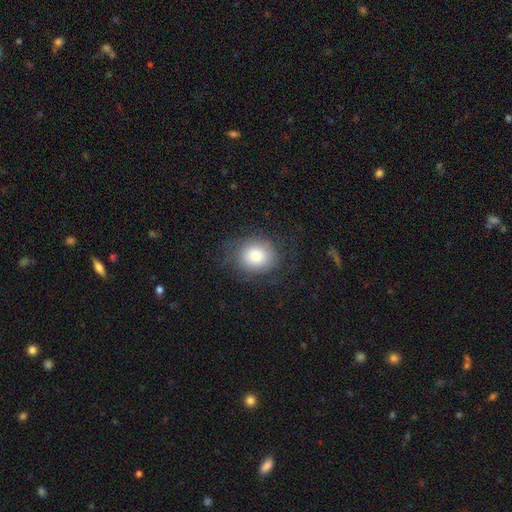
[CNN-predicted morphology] Smooth or featured? Predicted: smooth (p=0.72). How rounded? Predicted: round (p=0.70). Merging? Predicted: none (p=0.69).